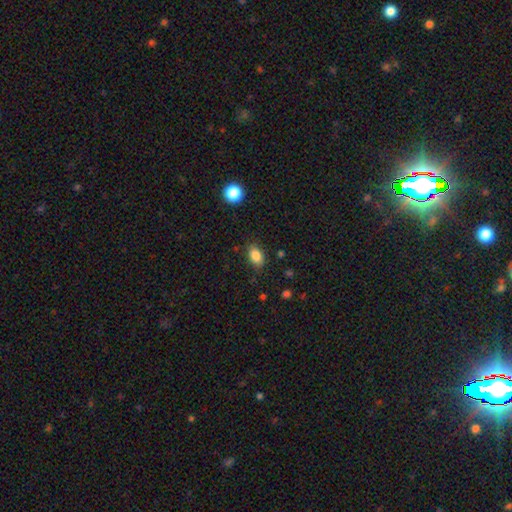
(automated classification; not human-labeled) Q: Smooth or featured?
A: smooth (85%); runner-up: star or artifact (9%)
Q: How rounded?
A: in between (87%); runner-up: round (11%)
Q: Merging?
A: none (83%); runner-up: minor disturbance (12%)